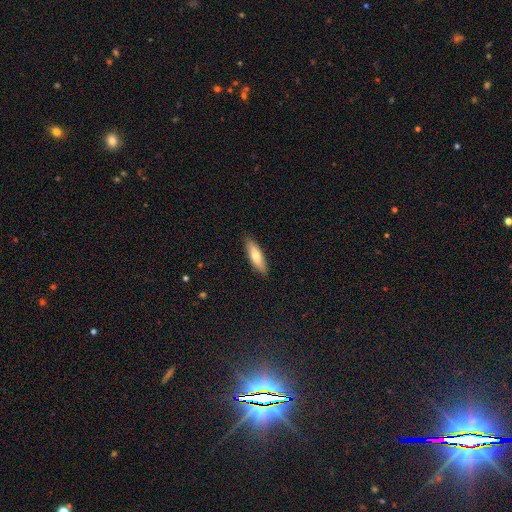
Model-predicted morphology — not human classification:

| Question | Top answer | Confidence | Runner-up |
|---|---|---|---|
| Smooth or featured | smooth | 69% | featured or disk (25%) |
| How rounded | cigar-shaped | 59% | in between (39%) |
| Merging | none | 87% | minor disturbance (10%) |